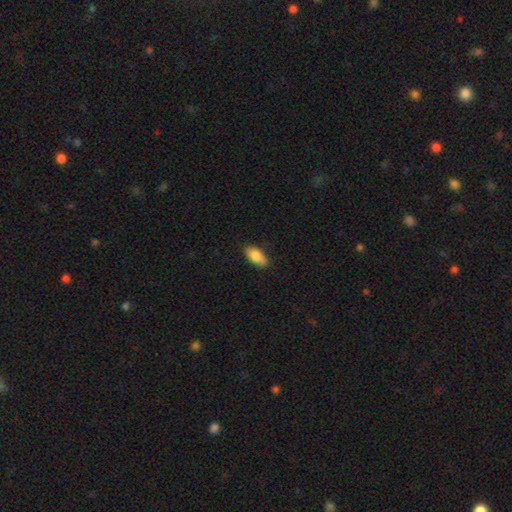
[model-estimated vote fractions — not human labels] A smooth galaxy with no disk features (82%) that is in between round and cigar-shaped (87%). Merging: none (83%).